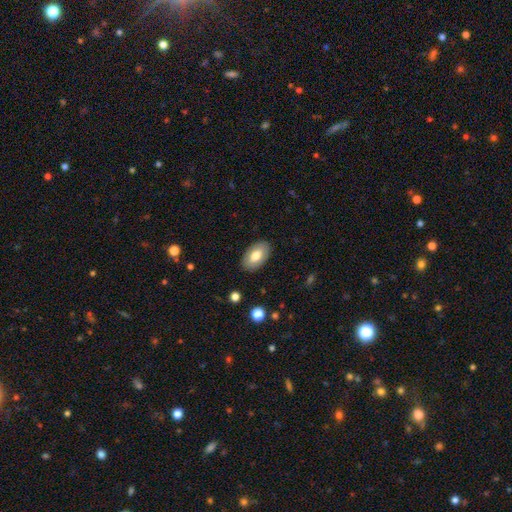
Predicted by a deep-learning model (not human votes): smooth_or_featured: smooth (p=0.71) [alt: featured or disk p=0.23]
how_rounded: in between (p=0.93) [alt: round p=0.05]
merging: none (p=0.86) [alt: minor disturbance p=0.10]